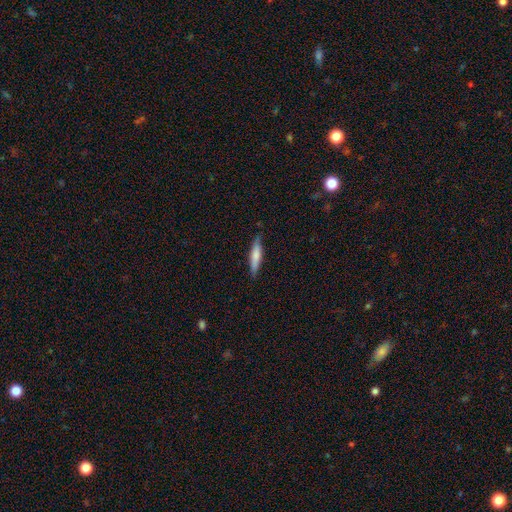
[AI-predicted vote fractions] Smooth or featured? smooth (69%)
How rounded? cigar-shaped (83%)
Merging? none (85%)